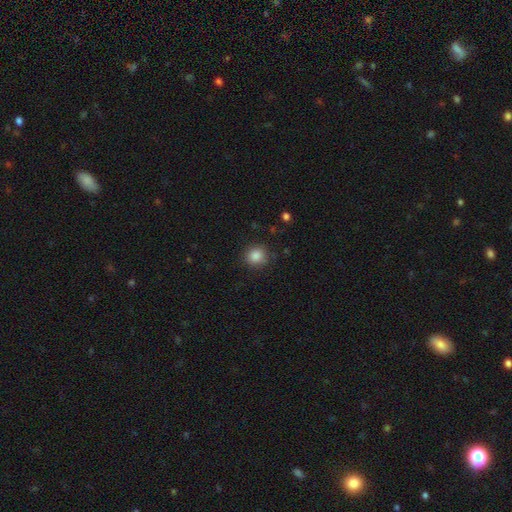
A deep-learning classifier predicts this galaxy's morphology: Smooth or featured? smooth (86%)
How rounded? round (86%)
Merging? none (85%)